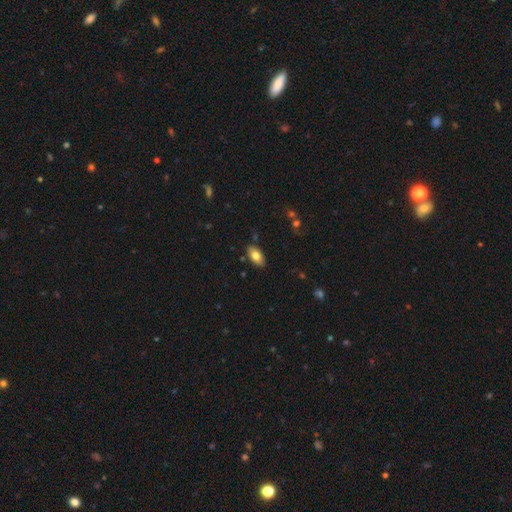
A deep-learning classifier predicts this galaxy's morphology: A smooth galaxy with no disk features (78%) that is in between round and cigar-shaped (93%). Merging: none (85%).